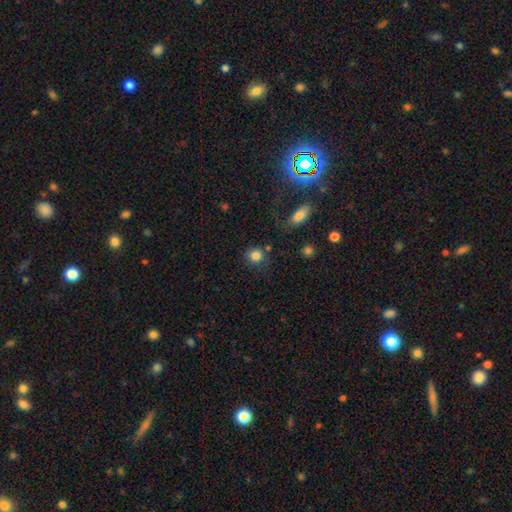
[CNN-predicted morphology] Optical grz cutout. It shows a smooth galaxy with no disk features (84%) that is round (88%). Merging: none (77%).